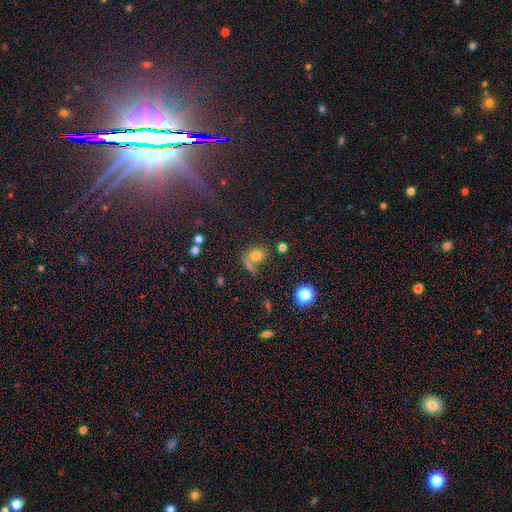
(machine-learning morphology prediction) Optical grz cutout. It shows a smooth galaxy with no disk features (71%) that is round (64%). Merging: none (51%).